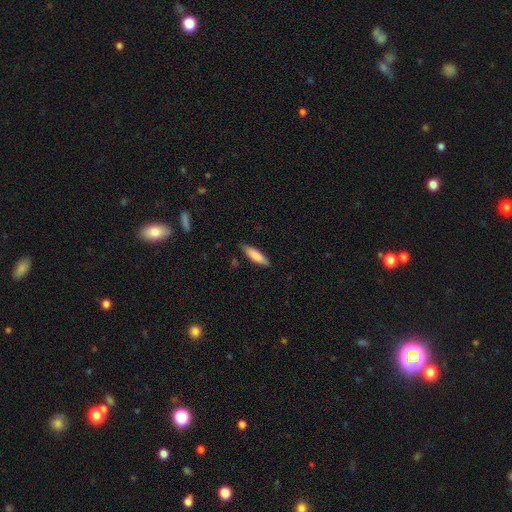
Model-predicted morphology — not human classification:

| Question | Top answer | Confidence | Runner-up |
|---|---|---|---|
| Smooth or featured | smooth | 82% | featured or disk (12%) |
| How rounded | cigar-shaped | 57% | in between (42%) |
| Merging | none | 81% | minor disturbance (15%) |